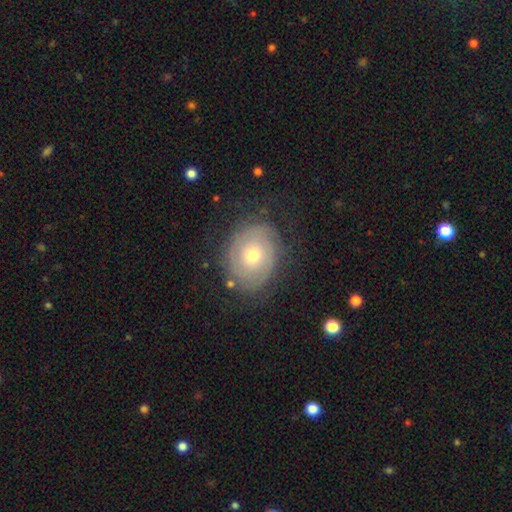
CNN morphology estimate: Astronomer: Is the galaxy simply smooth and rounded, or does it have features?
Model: featured or disk — 72%.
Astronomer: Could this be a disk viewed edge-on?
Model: no — 97%.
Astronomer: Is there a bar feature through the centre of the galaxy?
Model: no — 82%.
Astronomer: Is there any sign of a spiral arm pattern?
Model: yes — 85%.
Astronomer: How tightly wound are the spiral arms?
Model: tight — 76%.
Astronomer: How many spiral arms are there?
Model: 2 — 42% (runner-up: can't tell, 35%).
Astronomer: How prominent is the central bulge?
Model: moderate — 57% (runner-up: small, 39%).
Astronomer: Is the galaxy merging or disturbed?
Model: none — 77%.